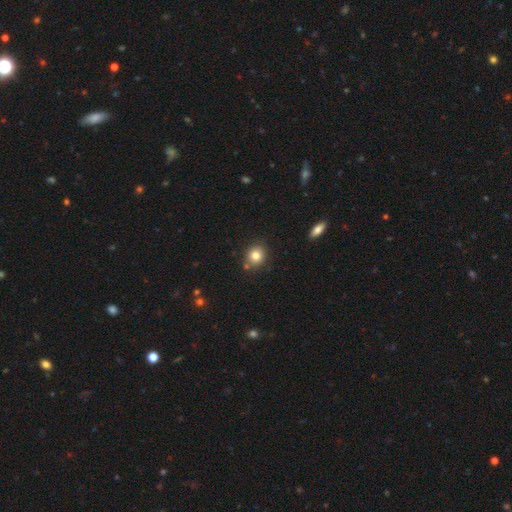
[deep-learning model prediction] A smooth galaxy with no disk features (81%) that is round (79%).

Vote fractions:
- Smooth or featured? smooth: 81% / star or artifact: 11% / featured or disk: 8%
- How rounded? round: 79% / in between: 20% / cigar-shaped: 1%
- Merging? none: 80% / minor disturbance: 10% / merger: 7% / major disturbance: 2%